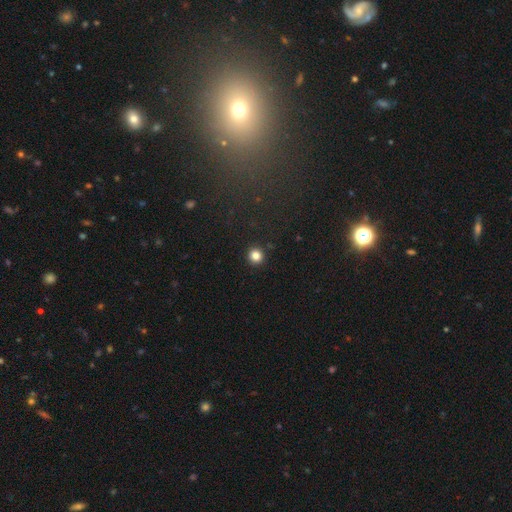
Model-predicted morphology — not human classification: type=smooth (83%); roundness=round (95%); merging=none (93%).